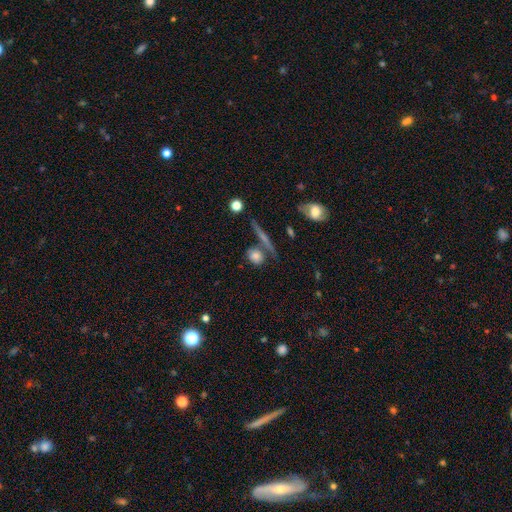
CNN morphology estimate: smooth-or-featured: smooth: 72% | featured or disk: 18% | star or artifact: 10%
  how-rounded: round: 59% | in between: 31% | cigar-shaped: 9%
  merging: none: 59% | merger: 21% | minor disturbance: 14% | major disturbance: 6%